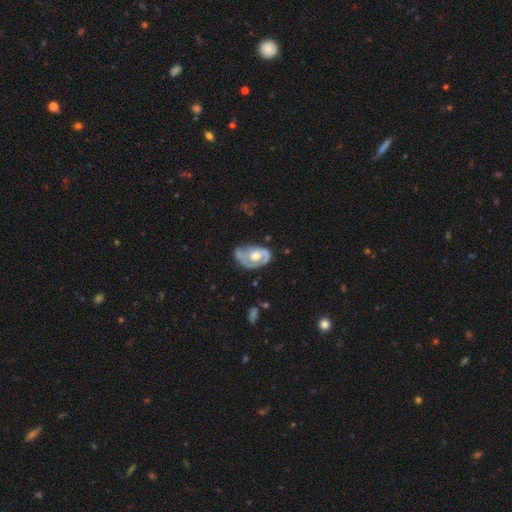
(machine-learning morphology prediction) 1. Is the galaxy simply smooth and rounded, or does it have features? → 67% featured or disk, 27% smooth, 6% star or artifact.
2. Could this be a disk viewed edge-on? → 95% no, 5% yes.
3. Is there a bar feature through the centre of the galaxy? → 79% no, 17% weak, 4% strong.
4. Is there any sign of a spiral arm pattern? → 65% yes, 35% no.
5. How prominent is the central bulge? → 49% moderate, 39% large, 7% small, 3% none, 2% dominant.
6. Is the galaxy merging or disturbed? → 43% none, 32% minor disturbance, 22% major disturbance, 3% merger.